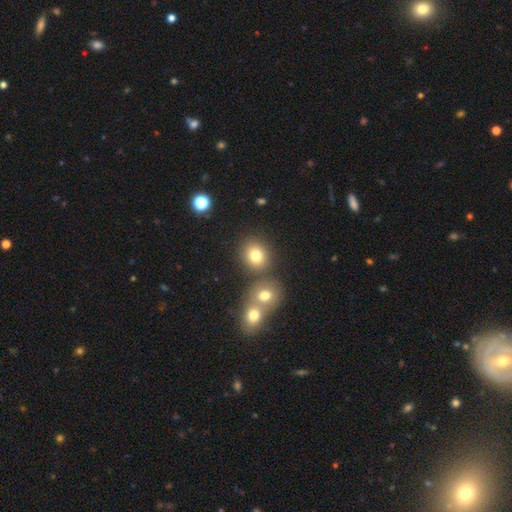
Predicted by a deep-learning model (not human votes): Q: Smooth or featured?
A: smooth (77%); runner-up: star or artifact (14%)
Q: How rounded?
A: round (75%); runner-up: in between (24%)
Q: Merging?
A: none (67%); runner-up: merger (22%)